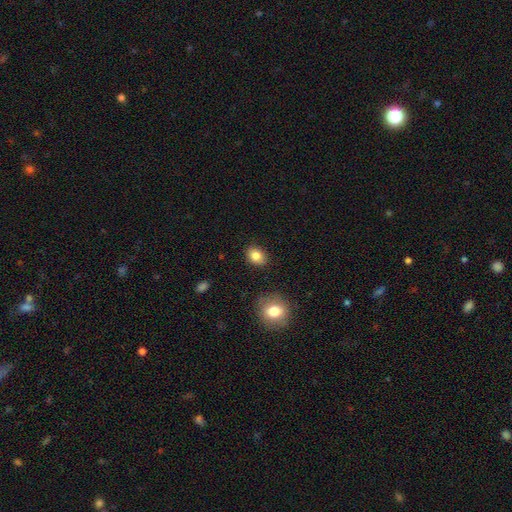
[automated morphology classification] smooth_or_featured: smooth (p=0.83) [alt: star or artifact p=0.10]
how_rounded: in between (p=0.64) [alt: round p=0.35]
merging: none (p=0.87) [alt: minor disturbance p=0.09]